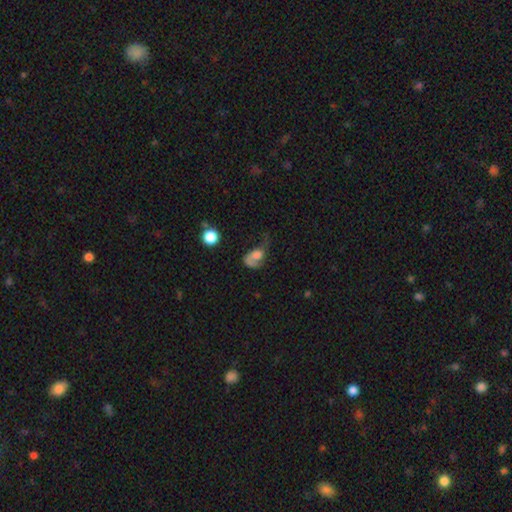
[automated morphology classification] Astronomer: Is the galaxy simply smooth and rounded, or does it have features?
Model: smooth — 47% (runner-up: featured or disk, 43%).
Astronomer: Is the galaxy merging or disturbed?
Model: major disturbance — 50%.